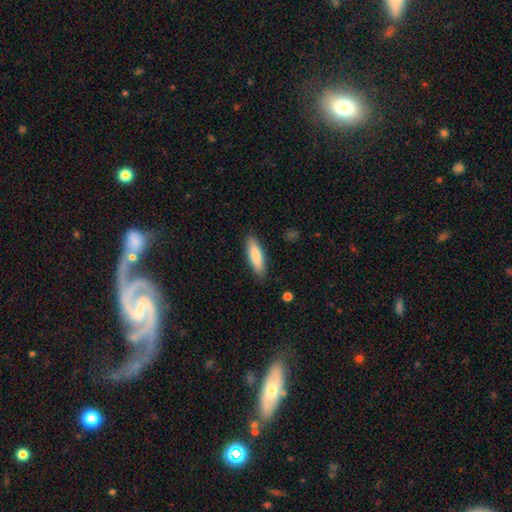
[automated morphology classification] A smooth galaxy with no disk features (84%) that is cigar-shaped (59%).

Vote fractions:
- Smooth or featured? smooth: 84% / featured or disk: 11% / star or artifact: 5%
- How rounded? cigar-shaped: 59% / in between: 40% / round: 1%
- Merging? none: 87% / minor disturbance: 9% / major disturbance: 2% / merger: 1%